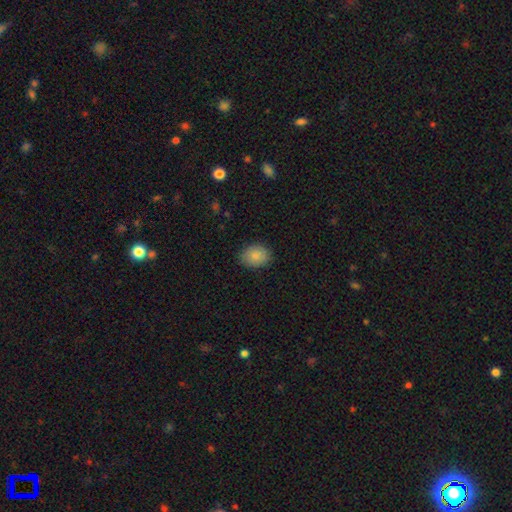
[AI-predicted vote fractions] Smooth or featured? Predicted: smooth (p=0.86). How rounded? Predicted: in between (p=0.62). Merging? Predicted: none (p=0.84).